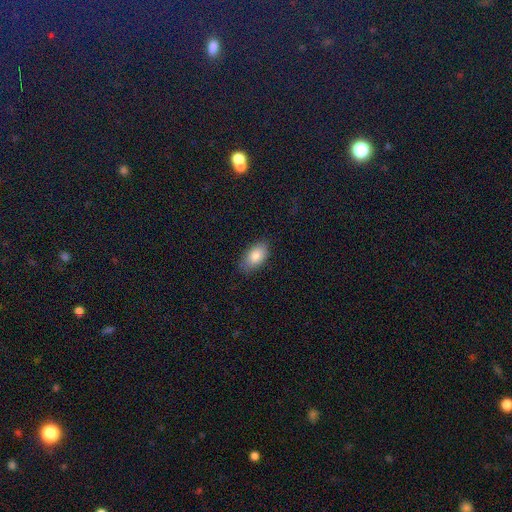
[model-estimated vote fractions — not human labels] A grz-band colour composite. It shows a smooth galaxy with no disk features (84%) that is in between round and cigar-shaped (93%). Merging: none (84%).